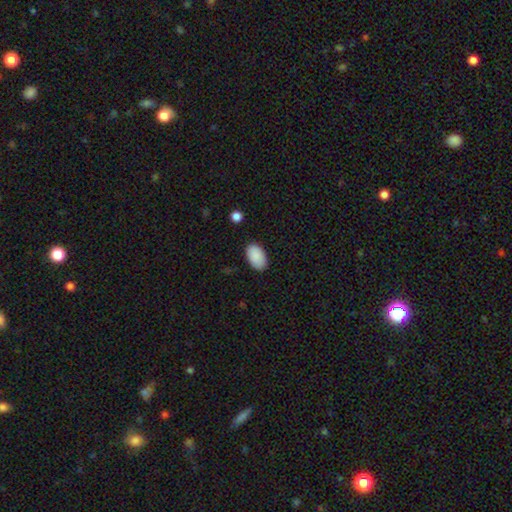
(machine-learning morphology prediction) Smooth or featured?
  - smooth: 90% *
  - star or artifact: 6%
  - featured or disk: 3%
How rounded?
  - in between: 94% *
  - round: 4%
  - cigar-shaped: 1%
Merging?
  - none: 87% *
  - minor disturbance: 10%
  - major disturbance: 2%
  - merger: 1%